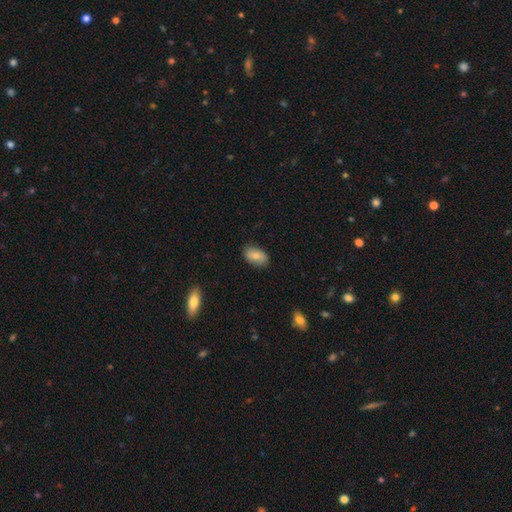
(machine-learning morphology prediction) The model was most divided on "smooth or featured": smooth: 77%, featured or disk: 16%, star or artifact: 7%. More confident: how rounded — in between (91%); merging — none (82%).